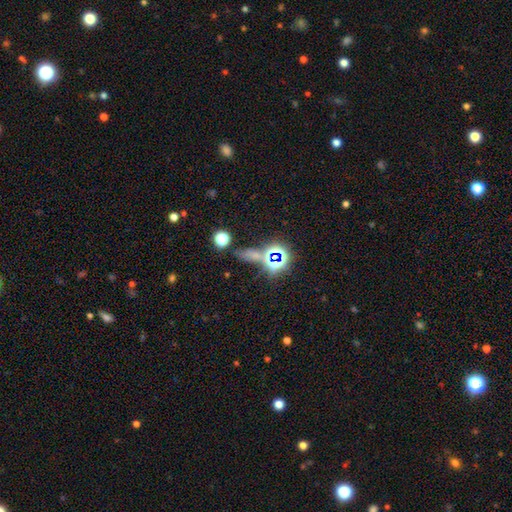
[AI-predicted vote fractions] The model was most divided on "smooth or featured": star or artifact: 62%, smooth: 28%, featured or disk: 10%.